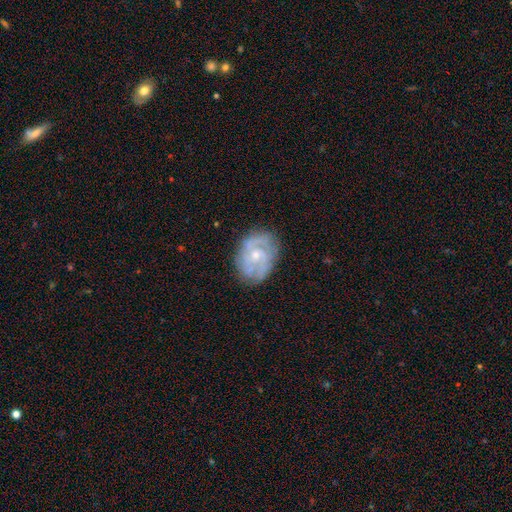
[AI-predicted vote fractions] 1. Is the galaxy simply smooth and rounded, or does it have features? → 72% featured or disk, 21% smooth, 6% star or artifact.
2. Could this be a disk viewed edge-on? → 97% no, 3% yes.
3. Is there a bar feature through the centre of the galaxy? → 71% no, 25% weak, 4% strong.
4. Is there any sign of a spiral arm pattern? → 80% yes, 20% no.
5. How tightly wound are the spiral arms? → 49% tight, 37% medium, 14% loose.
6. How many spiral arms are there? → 38% can't tell, 34% 2, 15% 3, 5% 4, 5% 1, 4% more than 4.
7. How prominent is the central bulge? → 56% small, 40% moderate, 2% none, 2% large, 1% dominant.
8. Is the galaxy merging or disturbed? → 72% none, 20% minor disturbance, 7% major disturbance, 2% merger.